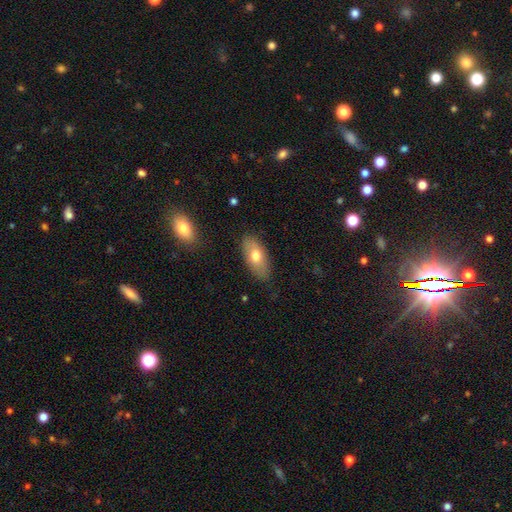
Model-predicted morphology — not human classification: smooth_or_featured: smooth (p=0.70) [alt: featured or disk p=0.23]
how_rounded: in between (p=0.88) [alt: cigar-shaped p=0.09]
merging: none (p=0.82) [alt: minor disturbance p=0.14]